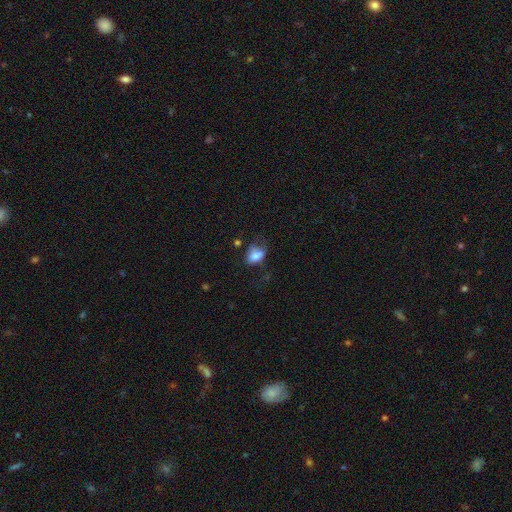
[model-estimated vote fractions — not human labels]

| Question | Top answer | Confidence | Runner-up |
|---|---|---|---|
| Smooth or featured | smooth | 74% | featured or disk (16%) |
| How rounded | in between | 77% | round (21%) |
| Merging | none | 40% | minor disturbance (31%) |